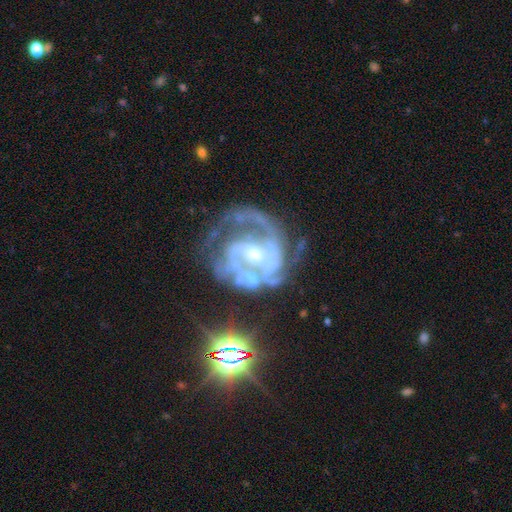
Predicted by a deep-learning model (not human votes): Overall: featured or disk (88%). Edge-on disk: no (98%). Bar: no (47%; weak 36%). Spiral arms: yes (96%). Spiral arm count: 2 (38%; 3 25%). Spiral winding: tight (47%; medium 42%). Bulge size: small (58%; moderate 37%). Merging: none (48%; major disturbance 24%).